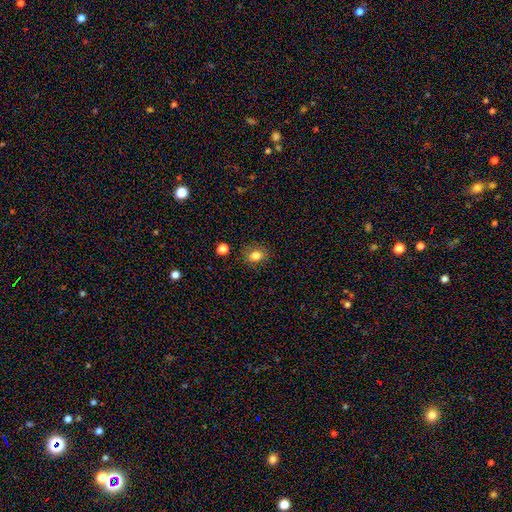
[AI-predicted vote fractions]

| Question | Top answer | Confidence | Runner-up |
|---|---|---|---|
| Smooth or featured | smooth | 80% | star or artifact (11%) |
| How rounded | in between | 53% | round (45%) |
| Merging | none | 82% | minor disturbance (13%) |